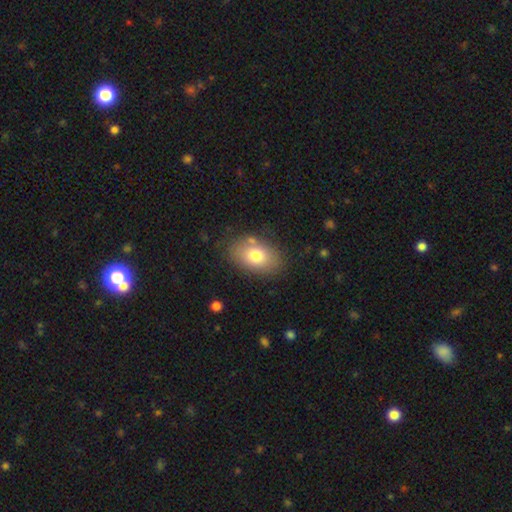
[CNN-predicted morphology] Smooth or featured? Predicted: smooth (p=0.76). How rounded? Predicted: in between (p=0.87). Merging? Predicted: none (p=0.77).